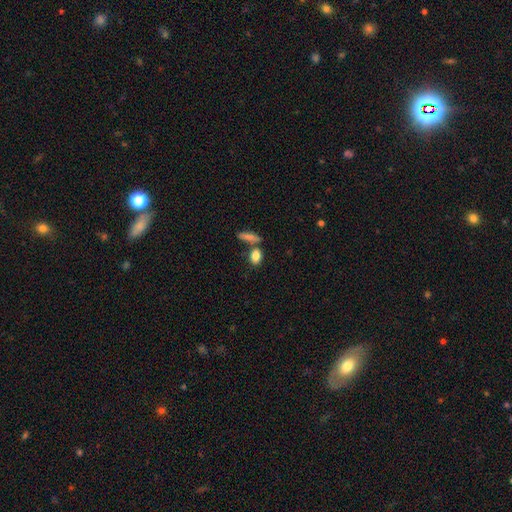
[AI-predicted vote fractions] smooth_or_featured: smooth (p=0.84) [alt: featured or disk p=0.09]
how_rounded: in between (p=0.75) [alt: round p=0.17]
merging: none (p=0.61) [alt: merger p=0.23]